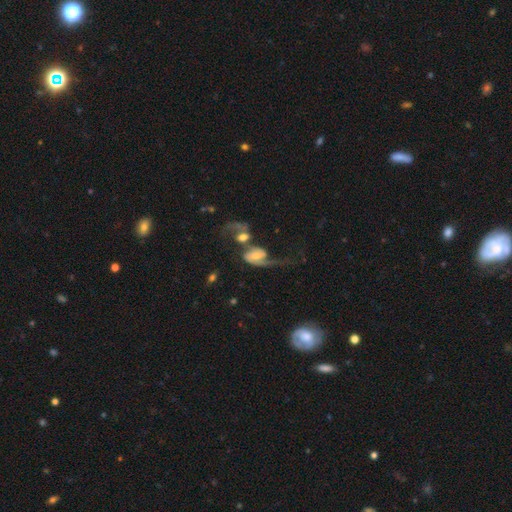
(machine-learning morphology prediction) This is likely a featured or disk galaxy (74%). It is clearly not viewed edge-on (97%). Bar: possibly no (46%). Spiral arm pattern: clearly yes (90%). Spiral arm count: likely 2 (64%). Spiral winding: possibly loose (59%). Central bulge: marginally moderate (40%). Merging: possibly merger (49%).